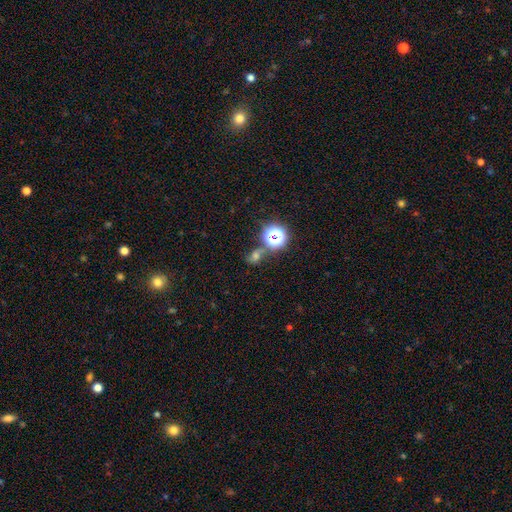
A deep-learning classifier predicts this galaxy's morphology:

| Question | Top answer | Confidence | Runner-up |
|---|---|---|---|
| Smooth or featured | smooth | 50% | star or artifact (38%) |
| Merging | none | 57% | merger (18%) |